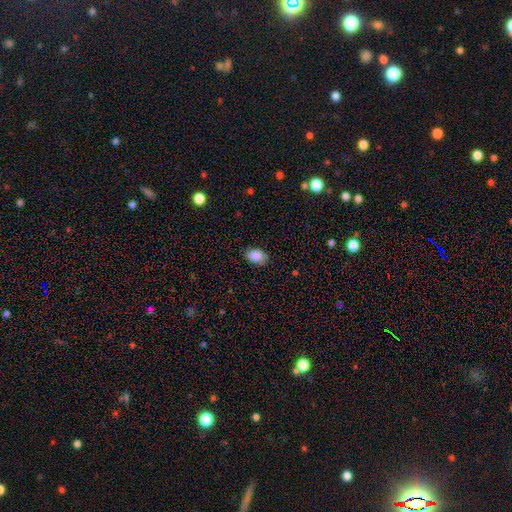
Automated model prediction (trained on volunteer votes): Morphology: type=smooth (88%); roundness=in between (79%); merging=none (80%).